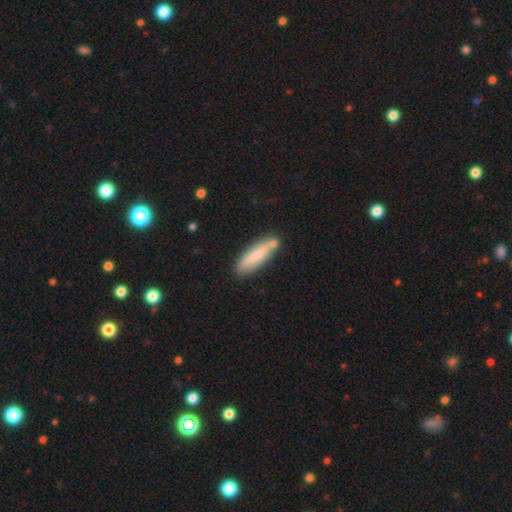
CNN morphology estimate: Overall: smooth (77%). How rounded: cigar-shaped (67%; in between 31%). Merging: none (72%).